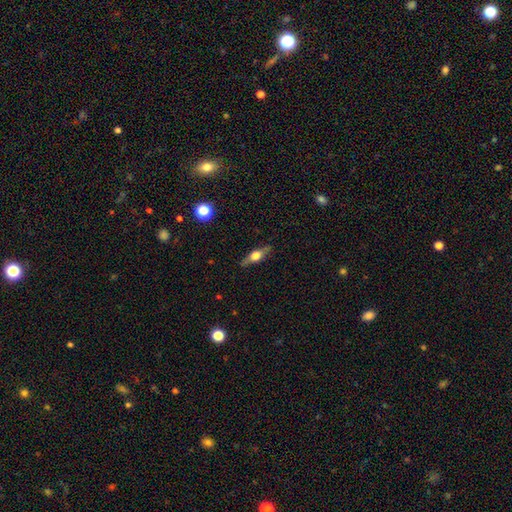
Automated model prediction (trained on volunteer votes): A featured or disk galaxy (58%) viewed edge-on (92%) with a rounded central bulge (92%). Merging: none (85%).